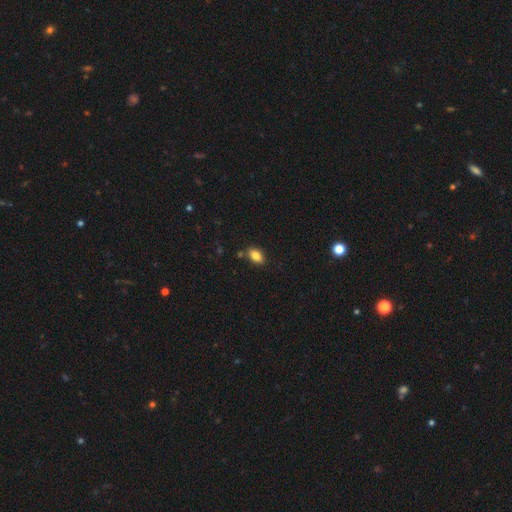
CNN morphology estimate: smooth 83%, star or artifact 9%, featured or disk 8%. Down the decision tree: how rounded — in between (88%); merging — none (79%).